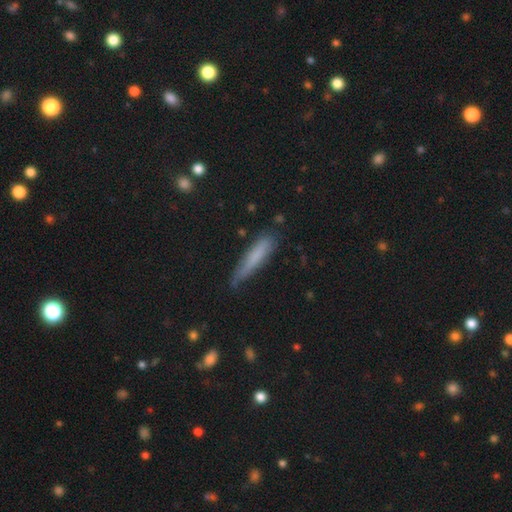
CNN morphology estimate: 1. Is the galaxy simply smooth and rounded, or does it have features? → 73% smooth, 20% featured or disk, 7% star or artifact.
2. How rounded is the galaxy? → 88% cigar-shaped, 11% in between, 1% round.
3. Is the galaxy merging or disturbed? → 62% none, 29% minor disturbance, 6% major disturbance, 2% merger.